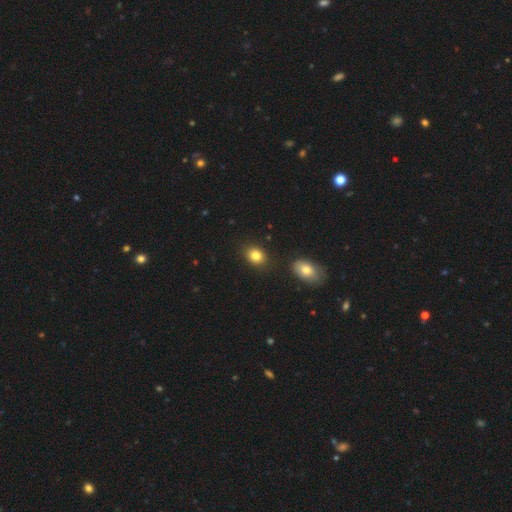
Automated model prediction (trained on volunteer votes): Smooth or featured?
  - smooth: 83% *
  - star or artifact: 10%
  - featured or disk: 7%
How rounded?
  - in between: 55% *
  - round: 44%
  - cigar-shaped: 1%
Merging?
  - none: 84% *
  - minor disturbance: 9%
  - merger: 5%
  - major disturbance: 2%